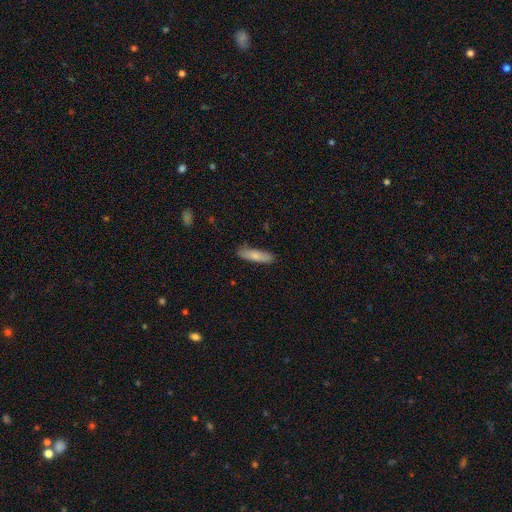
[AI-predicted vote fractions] Smooth or featured: smooth — 77% (featured or disk — 17%)
How rounded: cigar-shaped — 63% (in between — 35%)
Merging: none — 84% (minor disturbance — 12%)